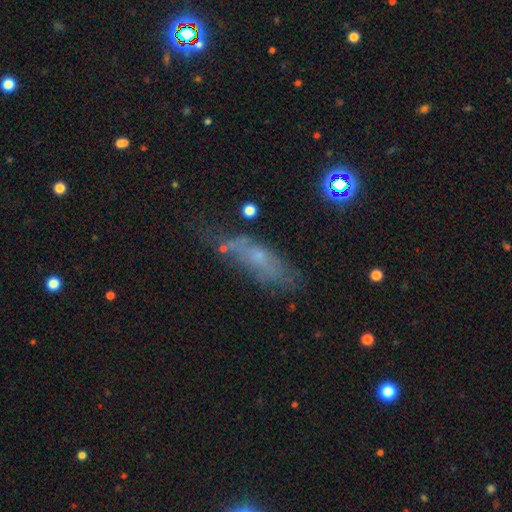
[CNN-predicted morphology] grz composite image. It shows a smooth galaxy with no disk features (47%). Merging: none (47%).